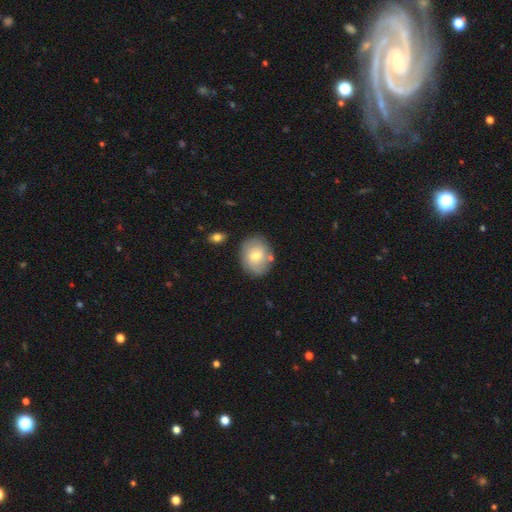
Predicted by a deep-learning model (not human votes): Smooth or featured? Predicted: smooth (p=0.64). How rounded? Predicted: round (p=0.50). Merging? Predicted: none (p=0.76).